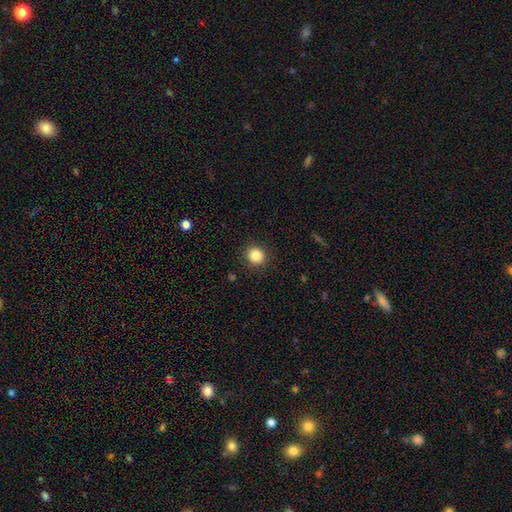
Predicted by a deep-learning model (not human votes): smooth_or_featured: smooth (p=0.85) [alt: star or artifact p=0.11]
how_rounded: round (p=0.91) [alt: in between p=0.08]
merging: none (p=0.91) [alt: minor disturbance p=0.06]